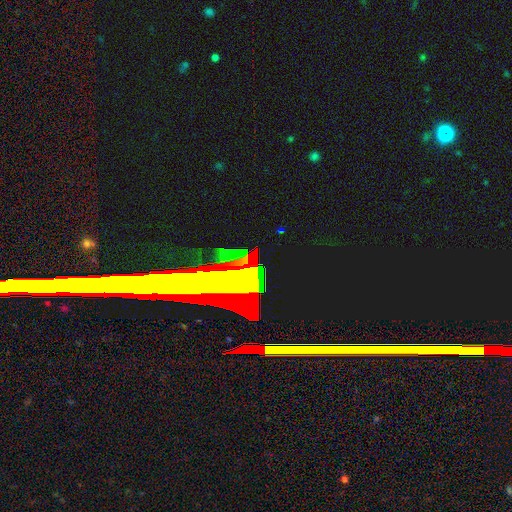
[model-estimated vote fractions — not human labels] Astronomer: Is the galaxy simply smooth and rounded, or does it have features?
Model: star or artifact — 62%.